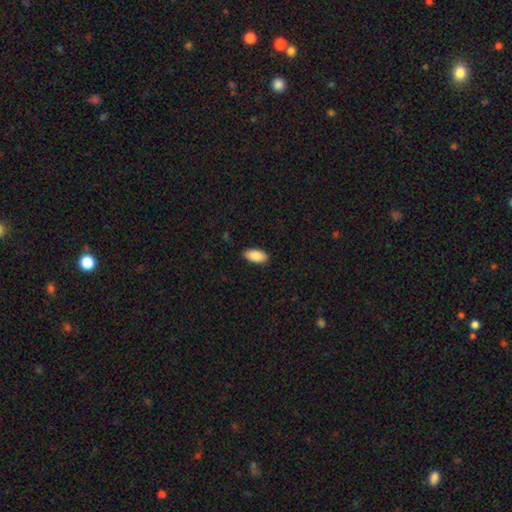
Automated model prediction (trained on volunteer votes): smooth_or_featured: smooth (p=0.90) [alt: star or artifact p=0.06]
how_rounded: in between (p=0.94) [alt: cigar-shaped p=0.03]
merging: none (p=0.88) [alt: minor disturbance p=0.10]